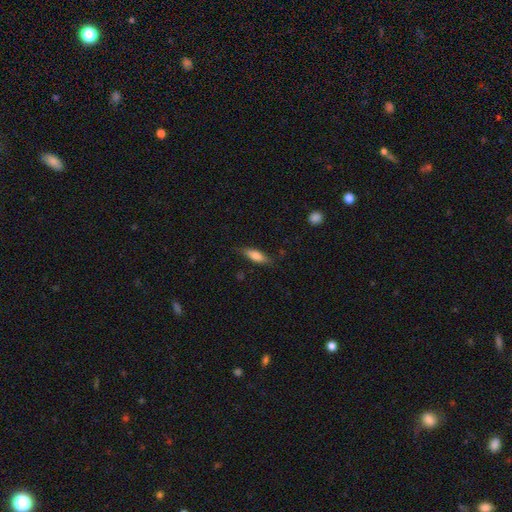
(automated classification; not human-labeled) This is likely a smooth galaxy (71%). How rounded: possibly cigar-shaped (49%). Merging: likely none (79%).